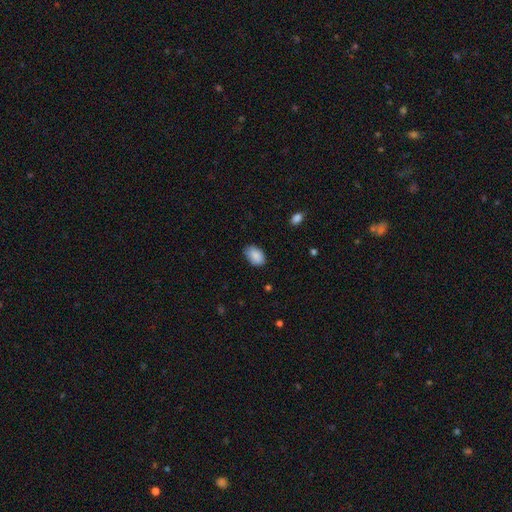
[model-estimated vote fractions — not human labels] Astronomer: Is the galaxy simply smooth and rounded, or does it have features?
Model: smooth — 88%.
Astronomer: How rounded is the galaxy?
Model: in between — 89%.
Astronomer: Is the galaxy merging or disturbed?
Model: none — 79%.